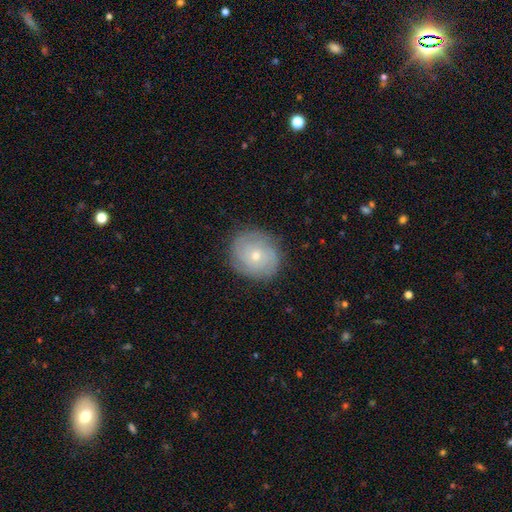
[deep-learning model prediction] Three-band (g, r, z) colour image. It shows a featured or disk galaxy (63%) with no bar (81%), tight (70%) spiral arms (87%) and a small central bulge (57%). Merging: none (84%).